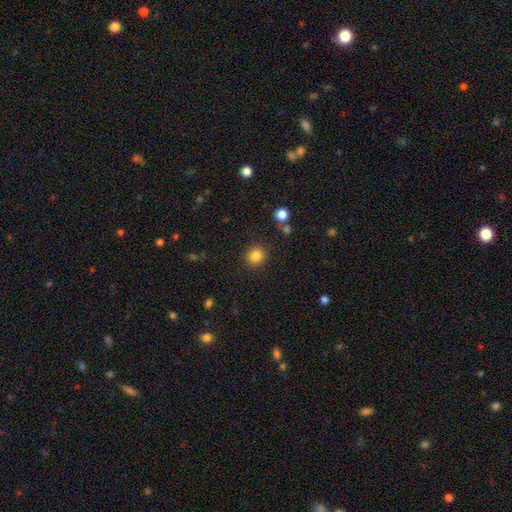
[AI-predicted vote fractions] Morphology: type=smooth (84%); roundness=round (89%); merging=none (89%).